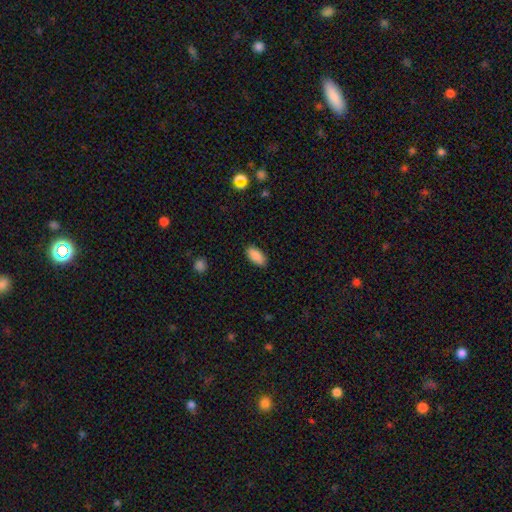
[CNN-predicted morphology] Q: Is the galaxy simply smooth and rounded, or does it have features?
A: smooth — 90%.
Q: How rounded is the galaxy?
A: in between — 91%.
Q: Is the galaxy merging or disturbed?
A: none — 88%.